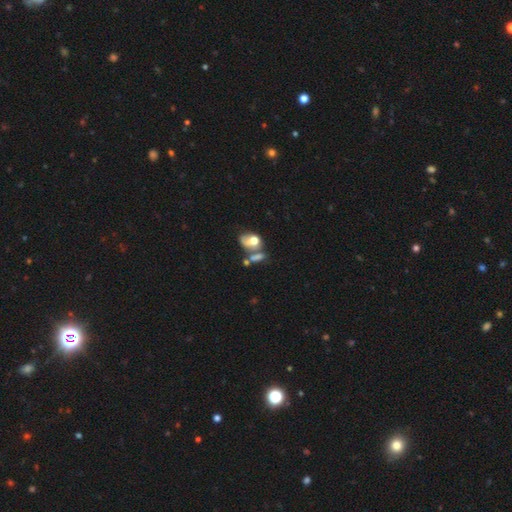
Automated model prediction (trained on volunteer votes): This appears to be a smooth galaxy with no disk features (51%) that is in between round and cigar-shaped (67%). Merging: merger (44%).